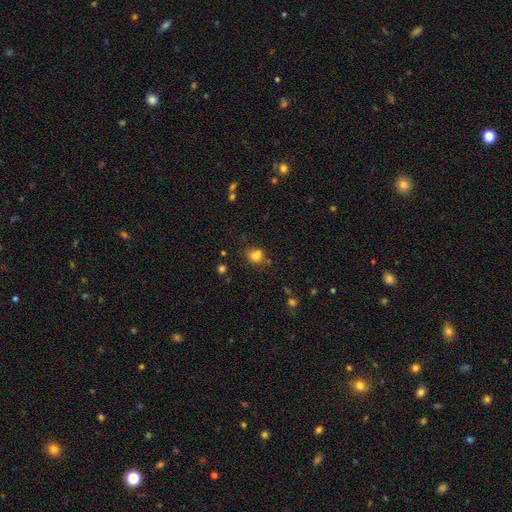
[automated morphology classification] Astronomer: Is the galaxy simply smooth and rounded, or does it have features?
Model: smooth — 77%.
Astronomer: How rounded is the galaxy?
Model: round — 67%.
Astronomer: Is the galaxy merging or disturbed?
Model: none — 54%.